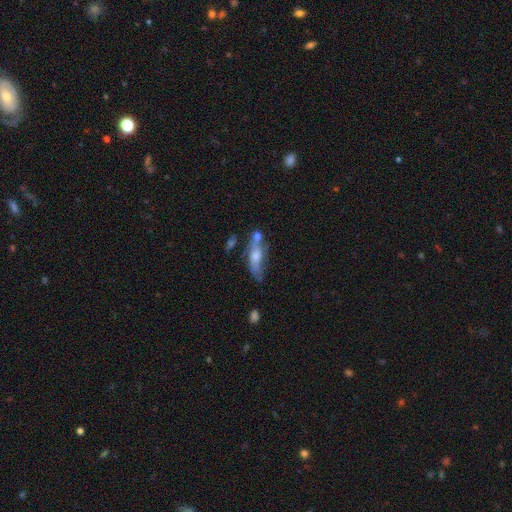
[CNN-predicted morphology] The model was most divided on "smooth or featured": featured or disk: 49%, smooth: 43%, star or artifact: 8%. Remaining: merging — none (40%).